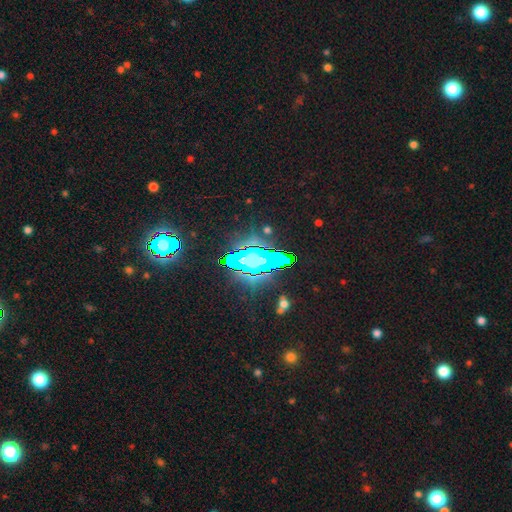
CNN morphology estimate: Smooth or featured? Predicted: star or artifact (p=0.62).